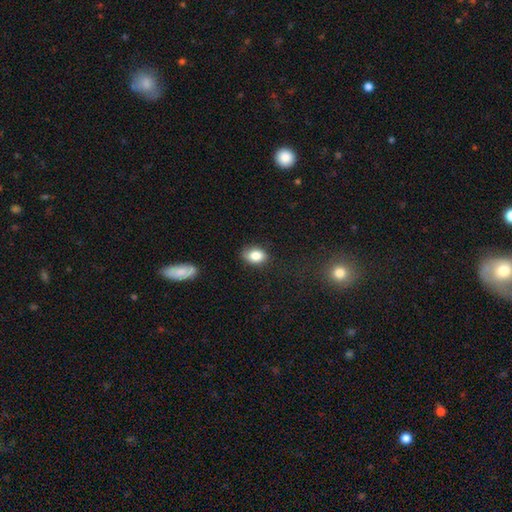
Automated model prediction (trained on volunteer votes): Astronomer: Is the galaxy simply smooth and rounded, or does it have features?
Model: smooth — 83%.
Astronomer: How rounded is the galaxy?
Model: in between — 77%.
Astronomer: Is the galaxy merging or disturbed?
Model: none — 73%.